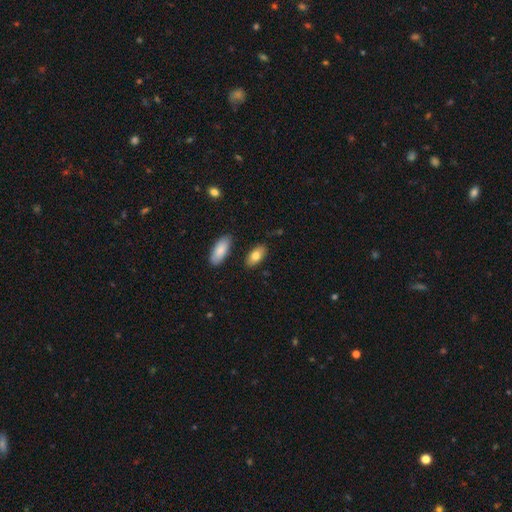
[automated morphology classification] Smooth or featured?
  - smooth: 80% *
  - featured or disk: 13%
  - star or artifact: 7%
How rounded?
  - in between: 90% *
  - cigar-shaped: 7%
  - round: 3%
Merging?
  - none: 83% *
  - minor disturbance: 11%
  - merger: 4%
  - major disturbance: 2%